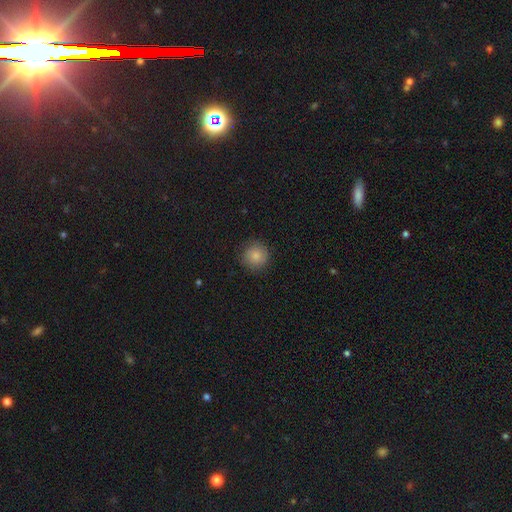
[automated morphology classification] This is clearly a smooth galaxy (84%). How rounded: clearly round (93%). Merging: clearly none (87%).